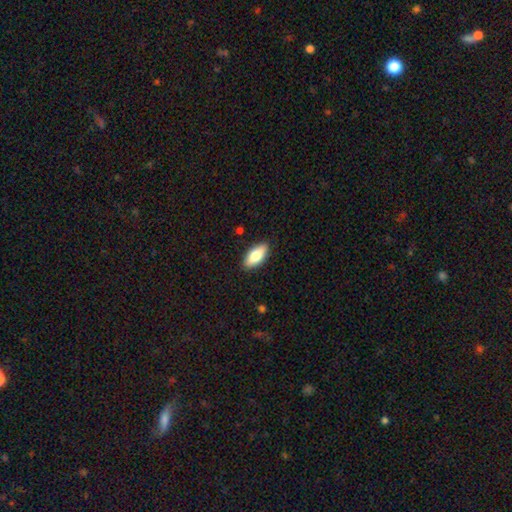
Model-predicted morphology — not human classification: This appears to be a smooth galaxy with no disk features (78%) that is in between round and cigar-shaped (87%). Merging: none (88%).